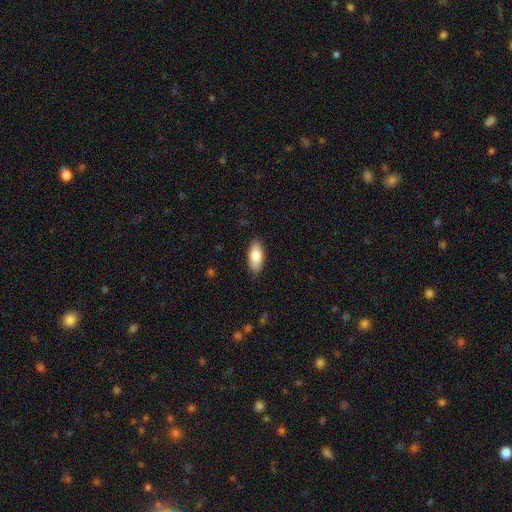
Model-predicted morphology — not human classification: The model was most divided on "smooth or featured": smooth: 83%, featured or disk: 11%, star or artifact: 6%. More confident: how rounded — in between (87%); merging — none (85%).